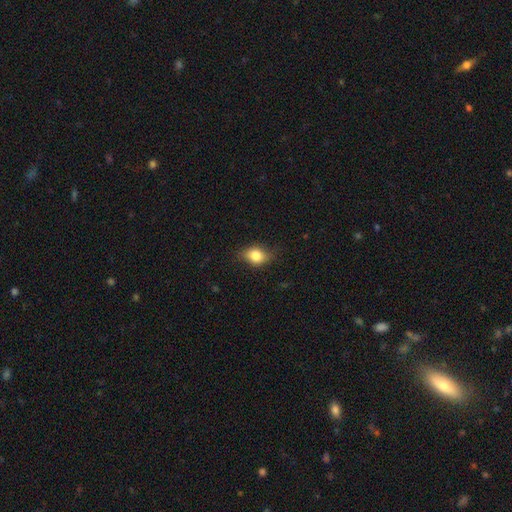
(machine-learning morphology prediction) Smooth or featured?
  - smooth: 76% *
  - featured or disk: 15%
  - star or artifact: 10%
How rounded?
  - in between: 61% *
  - round: 36%
  - cigar-shaped: 3%
Merging?
  - none: 73% *
  - minor disturbance: 21%
  - major disturbance: 5%
  - merger: 1%